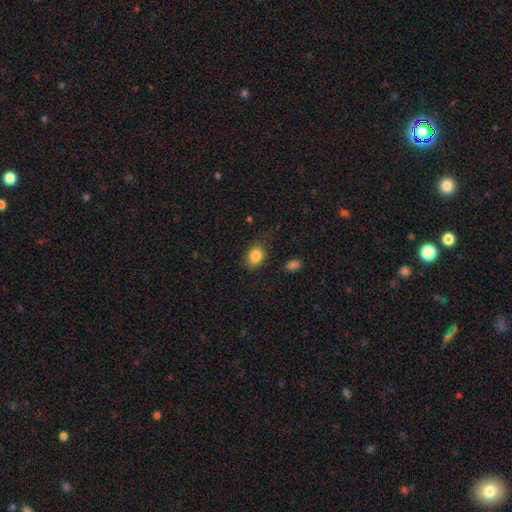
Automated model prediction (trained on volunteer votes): Overall: smooth (86%). How rounded: in between (67%; round 32%). Merging: none (73%).